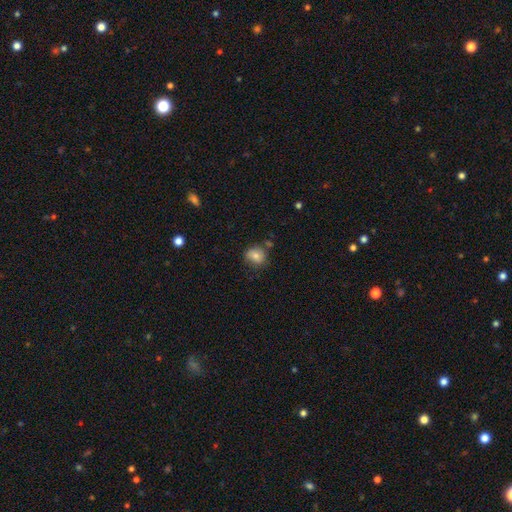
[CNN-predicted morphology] This appears to be a smooth galaxy with no disk features (76%) that is round (67%). Merging: none (66%).